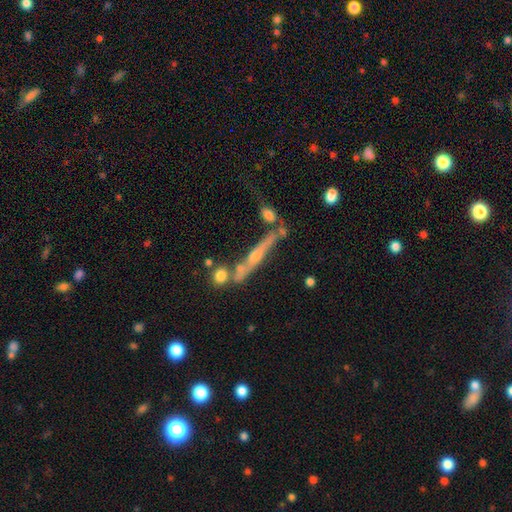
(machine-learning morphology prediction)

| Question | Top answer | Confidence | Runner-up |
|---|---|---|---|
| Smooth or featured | featured or disk | 74% | smooth (17%) |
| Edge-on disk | yes | 92% | no (8%) |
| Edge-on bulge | rounded | 76% | none (18%) |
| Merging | none | 62% | merger (16%) |